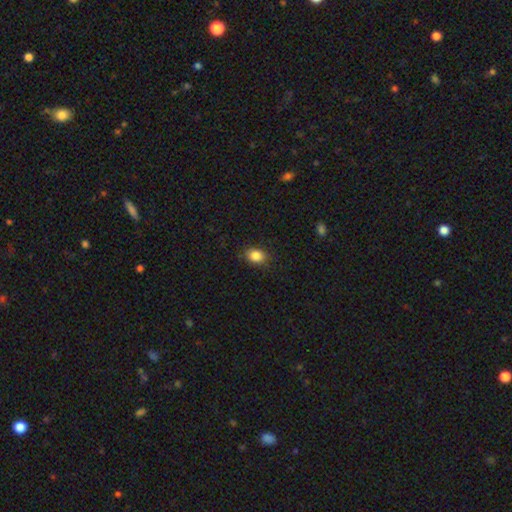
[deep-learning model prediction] Overall: smooth (86%). How rounded: in between (62%; round 37%). Merging: none (85%).